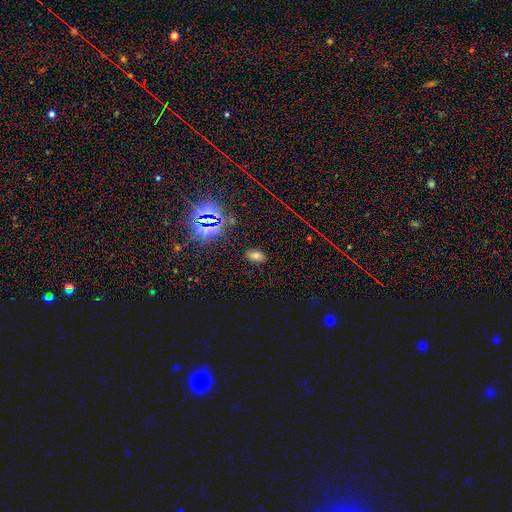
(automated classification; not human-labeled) Q: Smooth or featured?
A: smooth (48%); runner-up: star or artifact (41%)
Q: Merging?
A: none (86%); runner-up: minor disturbance (9%)